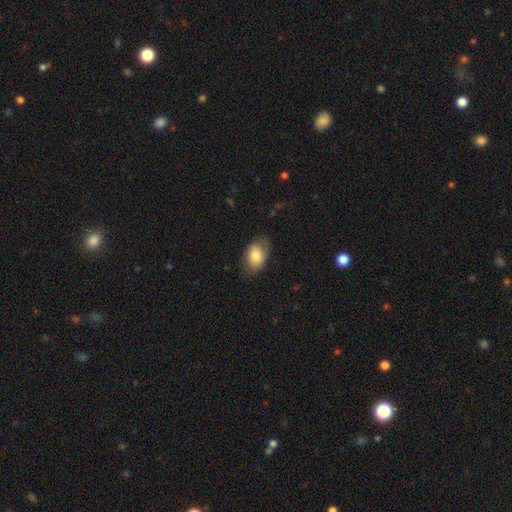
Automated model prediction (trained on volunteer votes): Smooth or featured?
  - smooth: 80% *
  - featured or disk: 14%
  - star or artifact: 7%
How rounded?
  - in between: 87% *
  - round: 12%
  - cigar-shaped: 1%
Merging?
  - none: 71% *
  - minor disturbance: 22%
  - major disturbance: 6%
  - merger: 1%